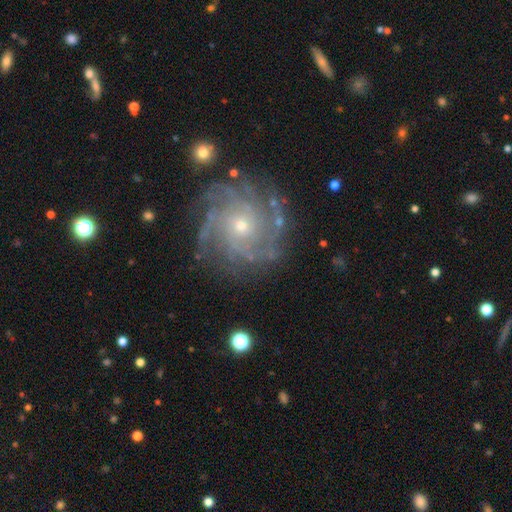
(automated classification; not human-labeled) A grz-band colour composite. It shows a featured or disk galaxy (88%) with no bar (79%), 4 (25%) tight (68%) spiral arms (98%) and a small central bulge (68%). Merging: none (82%).